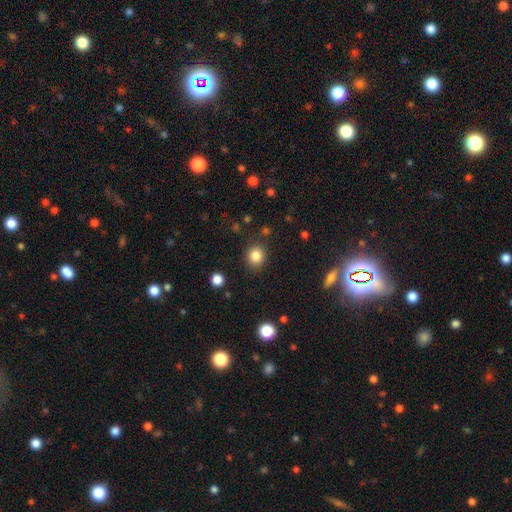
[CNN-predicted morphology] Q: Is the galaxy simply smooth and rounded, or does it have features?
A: smooth — 84%.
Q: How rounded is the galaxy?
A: round — 74%.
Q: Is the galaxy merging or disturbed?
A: none — 86%.